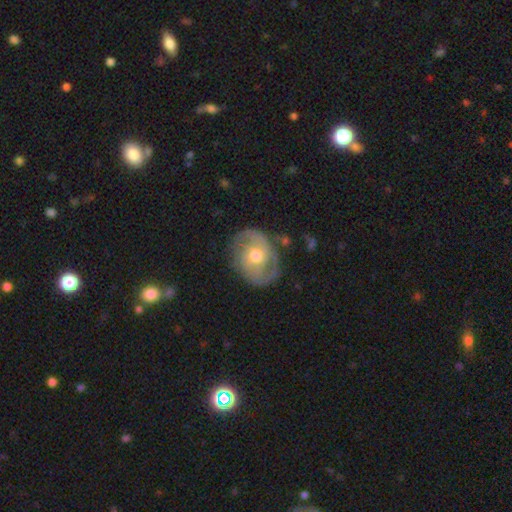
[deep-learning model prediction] Smooth or featured?
  - featured or disk: 71% *
  - smooth: 23%
  - star or artifact: 6%
Edge-on disk?
  - no: 96% *
  - yes: 4%
Bar?
  - no: 67% *
  - weak: 27%
  - strong: 6%
Spiral arms?
  - yes: 80% *
  - no: 20%
Spiral winding?
  - medium: 41% *
  - tight: 40%
  - loose: 19%
Spiral arm count?
  - 2: 63% *
  - can't tell: 20%
  - 3: 7%
  - 1: 4%
  - 4: 3%
  - more than 4: 2%
Bulge size?
  - moderate: 75% *
  - small: 14%
  - large: 9%
  - none: 1%
  - dominant: 1%
Merging?
  - none: 69% *
  - minor disturbance: 20%
  - major disturbance: 9%
  - merger: 2%